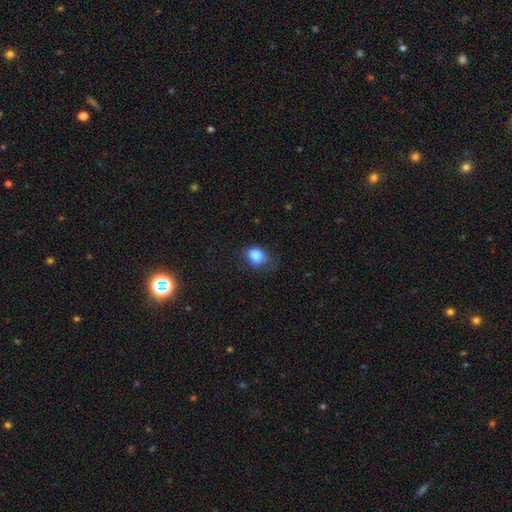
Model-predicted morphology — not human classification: smooth-or-featured: smooth: 85% | star or artifact: 9% | featured or disk: 5%
  how-rounded: round: 53% | in between: 46% | cigar-shaped: 1%
  merging: none: 56% | minor disturbance: 30% | major disturbance: 12% | merger: 2%